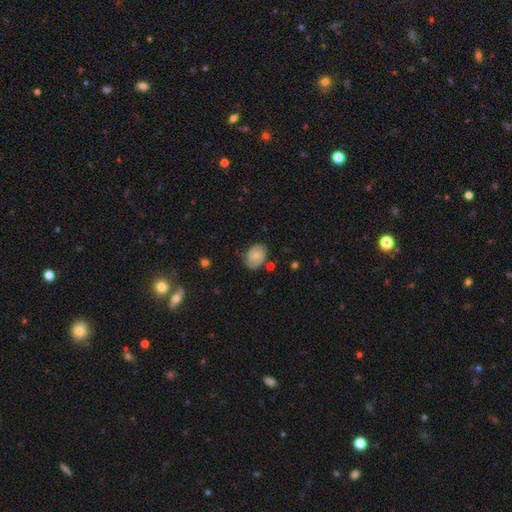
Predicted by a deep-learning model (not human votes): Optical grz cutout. It shows a featured or disk galaxy (48%). Merging: none (68%).